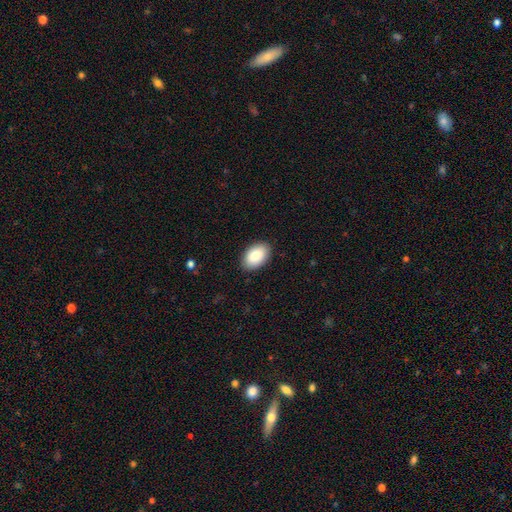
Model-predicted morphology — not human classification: Q: Smooth or featured?
A: smooth (86%); runner-up: featured or disk (7%)
Q: How rounded?
A: in between (92%); runner-up: round (7%)
Q: Merging?
A: none (89%); runner-up: minor disturbance (8%)